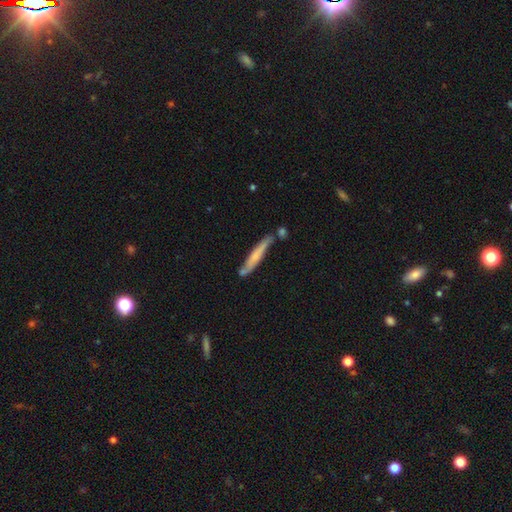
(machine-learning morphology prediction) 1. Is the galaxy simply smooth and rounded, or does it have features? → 53% smooth, 41% featured or disk, 6% star or artifact.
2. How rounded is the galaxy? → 94% cigar-shaped, 5% in between, 1% round.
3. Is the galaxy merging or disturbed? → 68% none, 18% minor disturbance, 11% merger, 4% major disturbance.